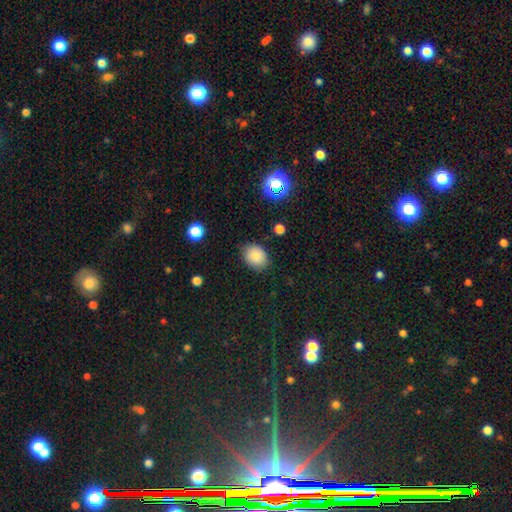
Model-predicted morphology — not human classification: A smooth galaxy with no disk features (84%) that is in between round and cigar-shaped (55%). Merging: none (82%).